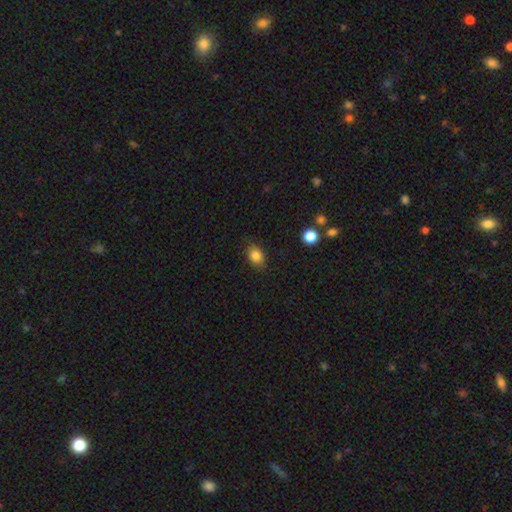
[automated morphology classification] Smooth or featured? smooth (85%)
How rounded? in between (71%)
Merging? none (81%)